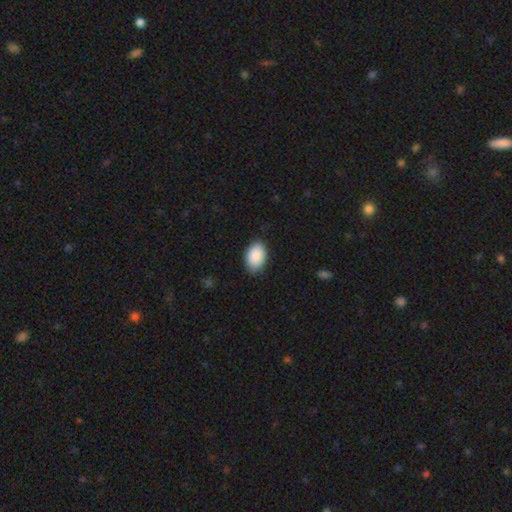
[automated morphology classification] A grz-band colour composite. It shows a smooth galaxy with no disk features (90%) that is in between round and cigar-shaped (92%). Merging: none (85%).